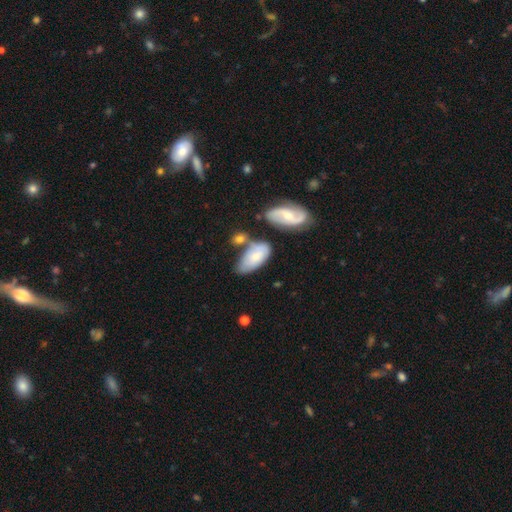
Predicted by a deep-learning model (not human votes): The model was most divided on "merging": none: 43%, minor disturbance: 24%, merger: 24%, major disturbance: 9%. More confident: how rounded — in between (92%); smooth or featured — smooth (60%).